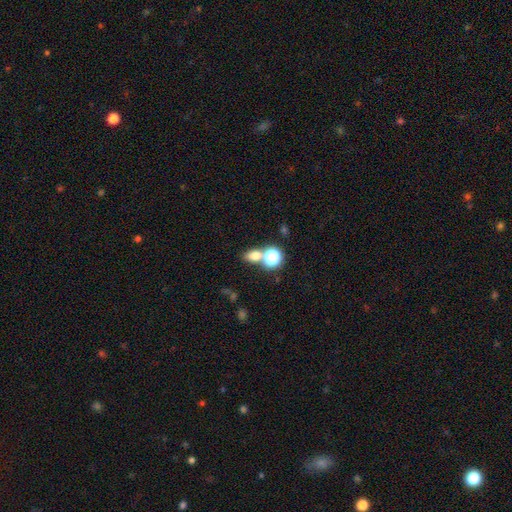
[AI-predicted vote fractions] A smooth galaxy with no disk features (71%) that is in between round and cigar-shaped (59%). Merging: none (53%).